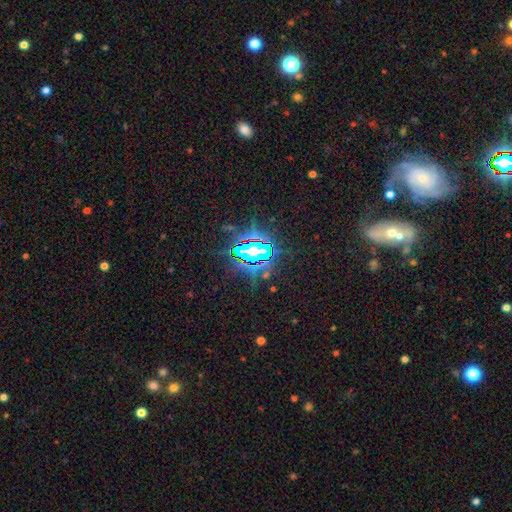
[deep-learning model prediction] This is likely a star or artifact rather than a galaxy (80%).